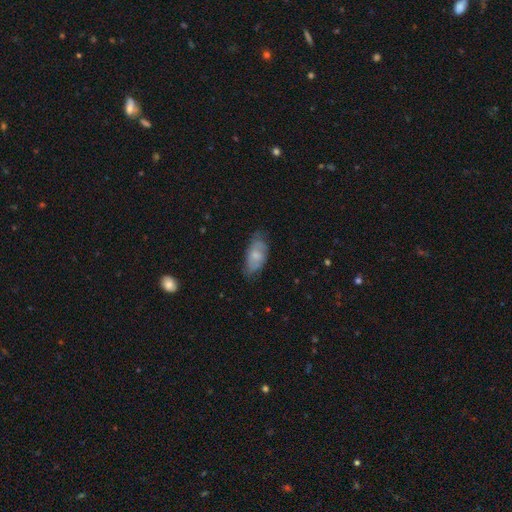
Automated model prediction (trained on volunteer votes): smooth_or_featured: smooth (p=0.58) [alt: featured or disk p=0.35]
how_rounded: in between (p=0.89) [alt: cigar-shaped p=0.07]
merging: none (p=0.58) [alt: minor disturbance p=0.31]